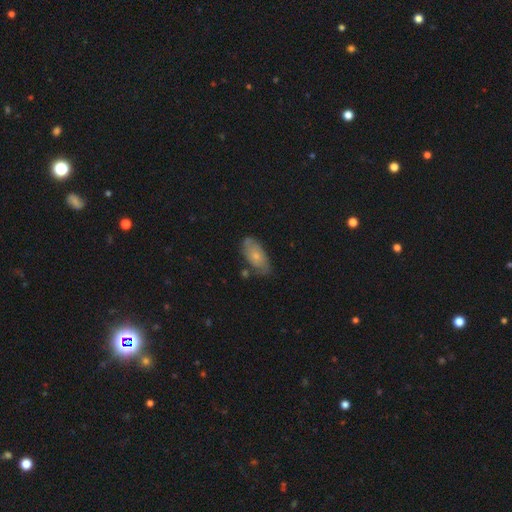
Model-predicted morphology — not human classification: Smooth or featured? Predicted: smooth (p=0.61). How rounded? Predicted: in between (p=0.90). Merging? Predicted: none (p=0.67).